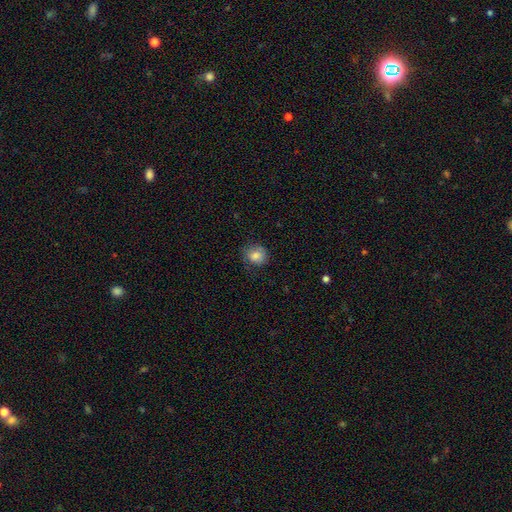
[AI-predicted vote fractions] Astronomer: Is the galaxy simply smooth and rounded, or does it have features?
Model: smooth — 81%.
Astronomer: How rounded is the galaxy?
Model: round — 70%.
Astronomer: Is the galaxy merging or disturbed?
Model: none — 72%.